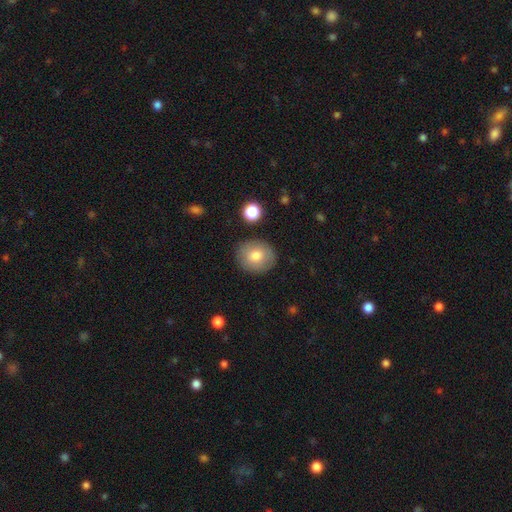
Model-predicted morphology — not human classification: Overall: smooth (77%). How rounded: round (77%). Merging: none (86%).